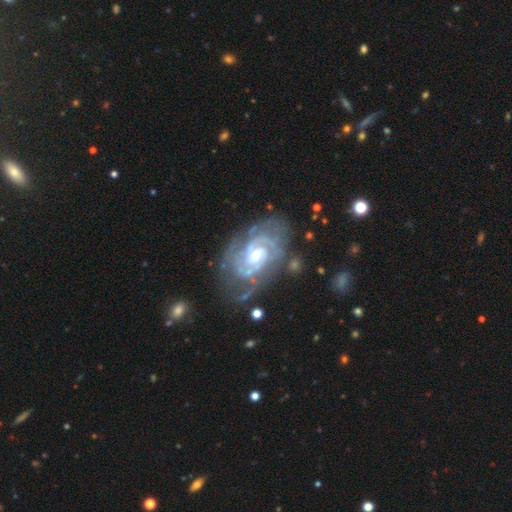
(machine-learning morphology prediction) Overall: featured or disk (89%). Edge-on disk: no (97%). Bar: weak (47%; no 39%). Spiral arms: yes (97%). Spiral arm count: 2 (41%; can't tell 23%). Spiral winding: tight (66%; medium 29%). Bulge size: moderate (57%; small 32%). Merging: none (61%; minor disturbance 22%).